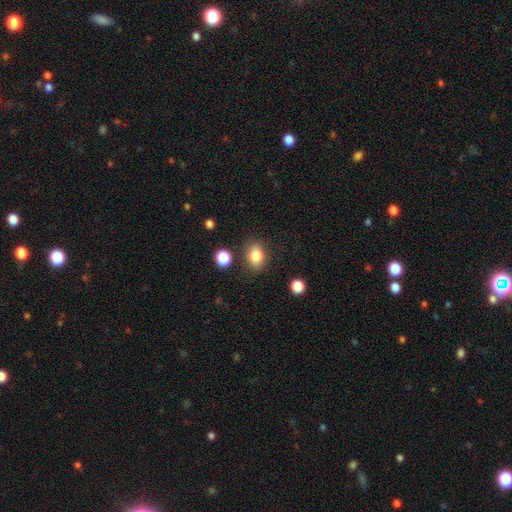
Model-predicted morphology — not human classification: A smooth galaxy with no disk features (84%) that is in between round and cigar-shaped (69%). Merging: none (81%).